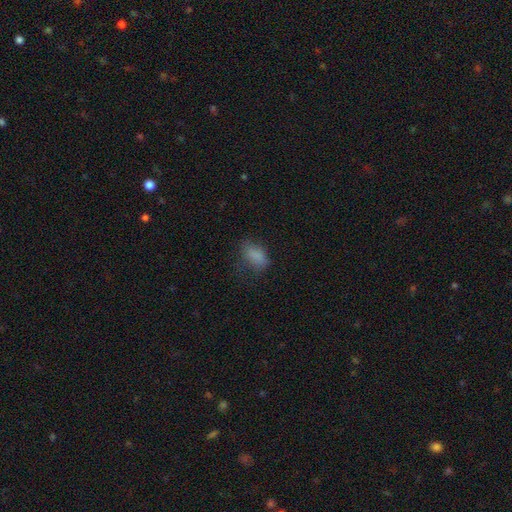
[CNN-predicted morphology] Smooth or featured: smooth — 81% (star or artifact — 12%)
How rounded: in between — 87% (round — 10%)
Merging: none — 59% (minor disturbance — 26%)